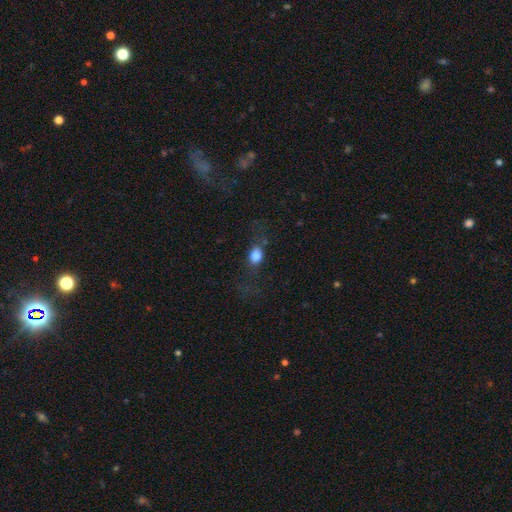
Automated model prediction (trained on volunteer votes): This is likely a smooth galaxy (76%). How rounded: possibly in between (58%). Merging: possibly none (58%).